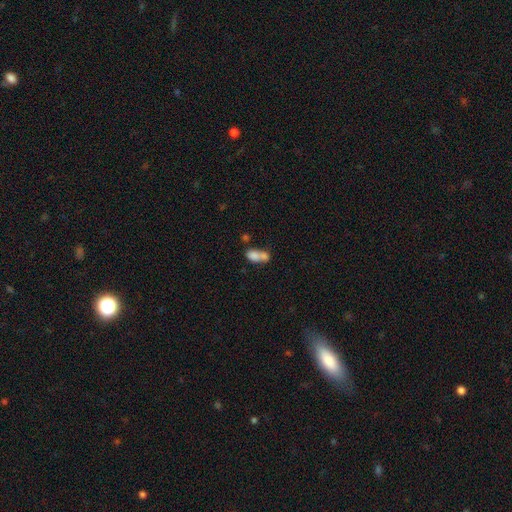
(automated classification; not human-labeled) smooth 75%, featured or disk 15%, star or artifact 10%. Down the decision tree: how rounded — in between (80%); merging — merger (64%).